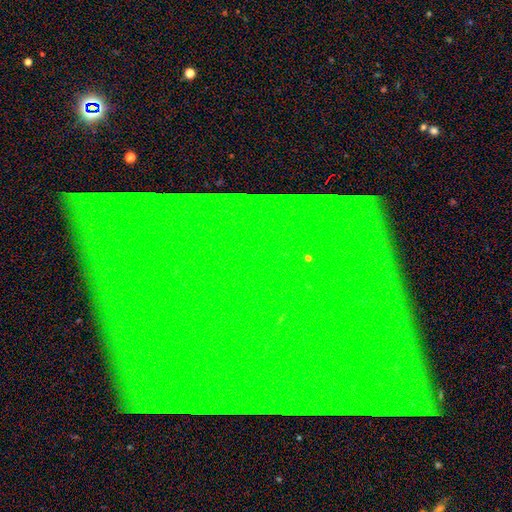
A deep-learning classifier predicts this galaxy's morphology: Smooth or featured?
  - star or artifact: 85% *
  - featured or disk: 9%
  - smooth: 7%